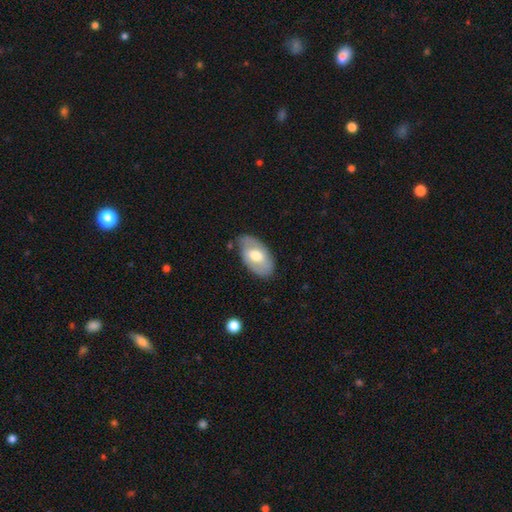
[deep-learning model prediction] The model was most divided on "smooth or featured": smooth: 55%, featured or disk: 40%, star or artifact: 6%. More confident: how rounded — in between (94%); merging — none (74%).